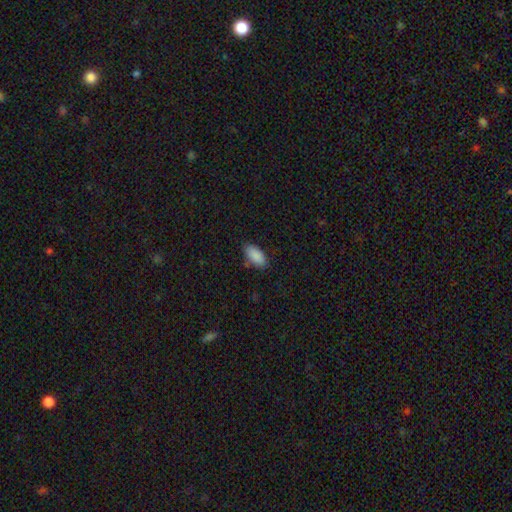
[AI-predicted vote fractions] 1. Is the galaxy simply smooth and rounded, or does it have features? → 90% smooth, 7% star or artifact, 4% featured or disk.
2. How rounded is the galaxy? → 92% in between, 6% cigar-shaped, 2% round.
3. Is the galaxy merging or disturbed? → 81% none, 14% minor disturbance, 3% major disturbance, 2% merger.